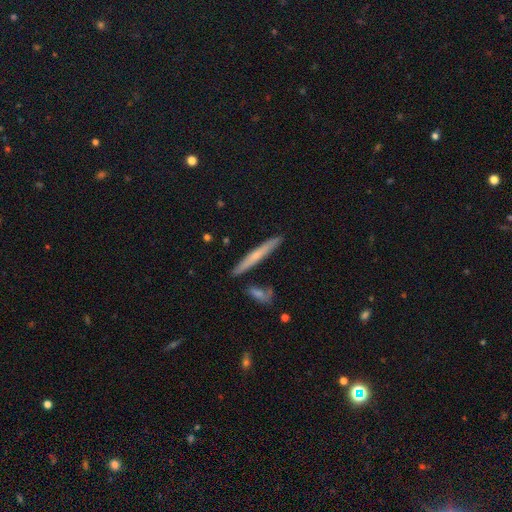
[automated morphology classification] Overall: smooth (50%; featured or disk 44%). Merging: none (85%).